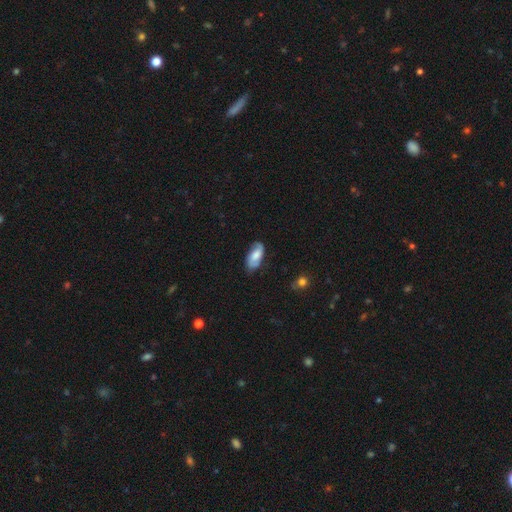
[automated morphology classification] Smooth or featured?
  - smooth: 58% *
  - featured or disk: 35%
  - star or artifact: 7%
How rounded?
  - in between: 89% *
  - cigar-shaped: 9%
  - round: 3%
Merging?
  - none: 70% *
  - minor disturbance: 23%
  - major disturbance: 6%
  - merger: 2%